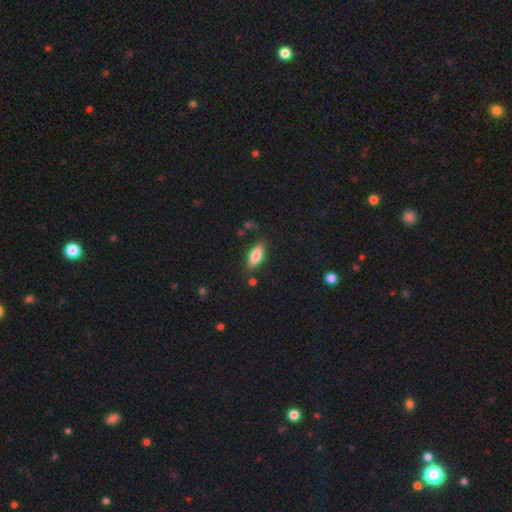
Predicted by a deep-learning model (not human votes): smooth-or-featured: smooth: 78% | featured or disk: 15% | star or artifact: 7%
  how-rounded: in between: 77% | cigar-shaped: 21% | round: 2%
  merging: none: 80% | minor disturbance: 14% | major disturbance: 3% | merger: 3%